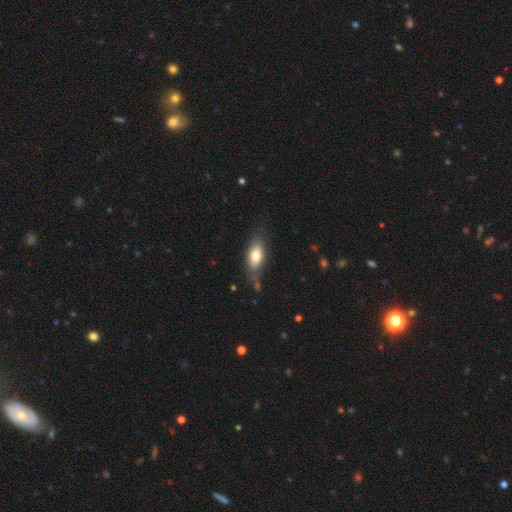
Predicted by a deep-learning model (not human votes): A smooth galaxy with no disk features (74%) that is in between round and cigar-shaped (84%). Merging: none (68%).